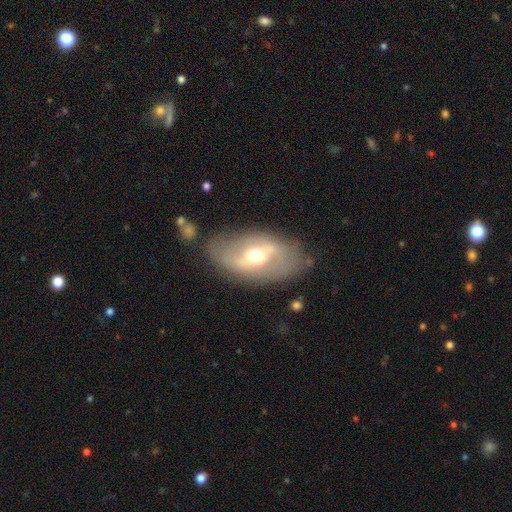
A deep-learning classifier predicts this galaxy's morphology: Smooth or featured? featured or disk (64%)
Edge-on disk? no (90%)
Bar? weak (43%)
Spiral arms? yes (51%)
Bulge size? moderate (71%)
Merging? none (77%)